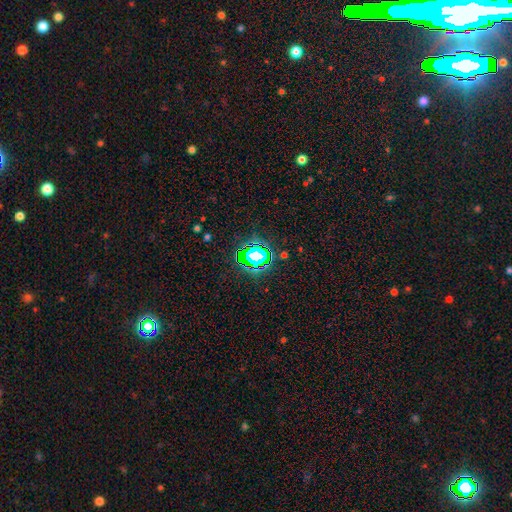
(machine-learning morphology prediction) This appears to be a star or artifact, not a galaxy (67%).